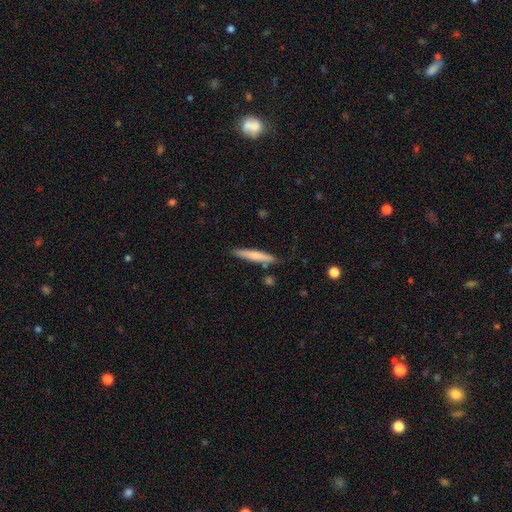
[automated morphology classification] Smooth or featured? smooth (68%)
How rounded? cigar-shaped (93%)
Merging? none (83%)